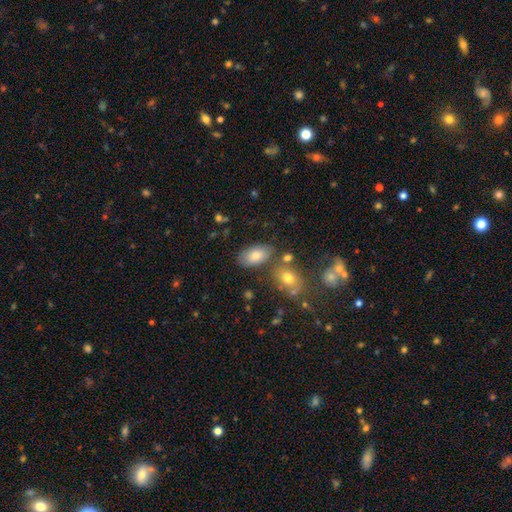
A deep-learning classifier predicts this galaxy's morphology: Smooth or featured?
  - smooth: 80% *
  - featured or disk: 12%
  - star or artifact: 8%
How rounded?
  - in between: 93% *
  - round: 5%
  - cigar-shaped: 2%
Merging?
  - none: 73% *
  - minor disturbance: 13%
  - merger: 10%
  - major disturbance: 4%